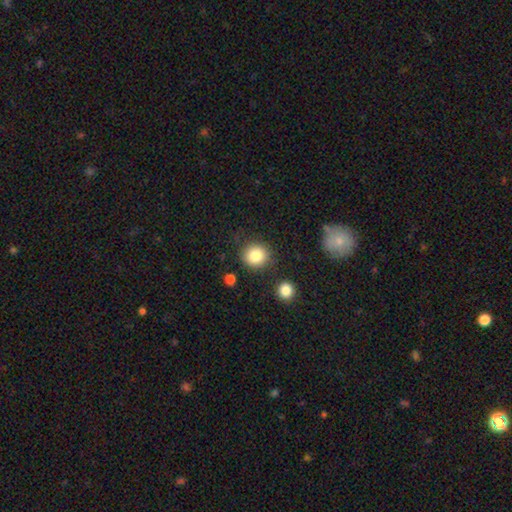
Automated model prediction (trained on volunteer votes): This is clearly a smooth galaxy (84%). How rounded: clearly round (87%). Merging: clearly none (85%).